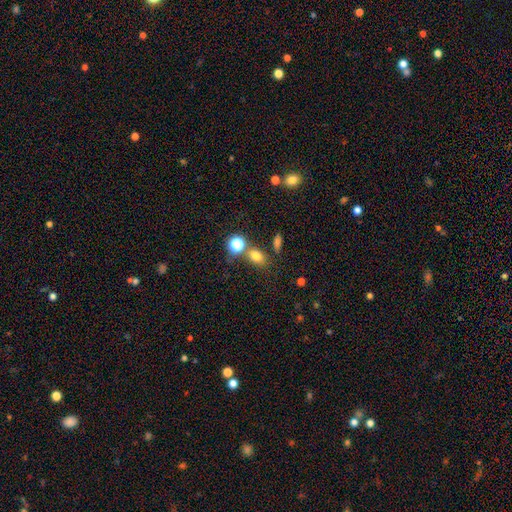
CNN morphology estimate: smooth_or_featured: smooth (p=0.75) [alt: star or artifact p=0.16]
how_rounded: in between (p=0.64) [alt: round p=0.34]
merging: none (p=0.65) [alt: merger p=0.18]